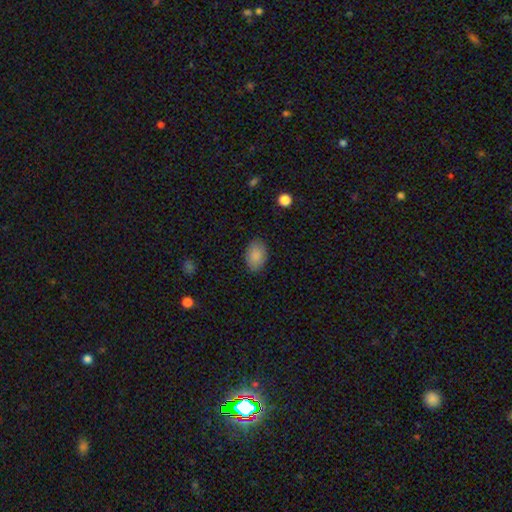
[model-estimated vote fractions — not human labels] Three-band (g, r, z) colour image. It shows a smooth galaxy with no disk features (88%) that is in between round and cigar-shaped (86%). Merging: none (85%).